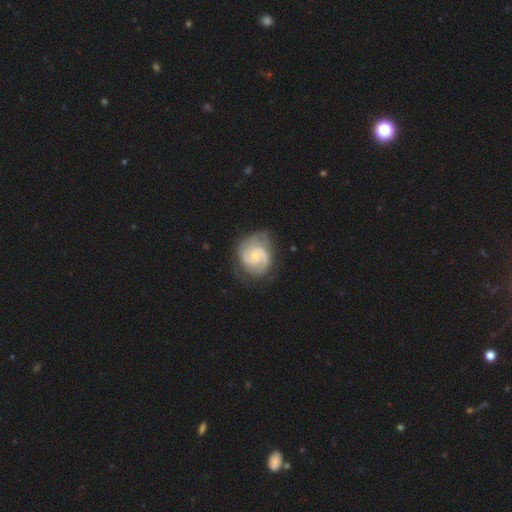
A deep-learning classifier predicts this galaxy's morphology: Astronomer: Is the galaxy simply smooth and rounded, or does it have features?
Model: featured or disk — 85%.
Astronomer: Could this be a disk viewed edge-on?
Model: no — 98%.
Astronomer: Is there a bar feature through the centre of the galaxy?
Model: no — 65%.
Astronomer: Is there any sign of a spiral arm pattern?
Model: yes — 97%.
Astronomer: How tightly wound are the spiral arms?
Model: tight — 45% (runner-up: medium, 44%).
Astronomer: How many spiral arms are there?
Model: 2 — 73%.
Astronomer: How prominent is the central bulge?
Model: small — 69%.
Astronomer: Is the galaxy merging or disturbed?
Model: none — 70%.